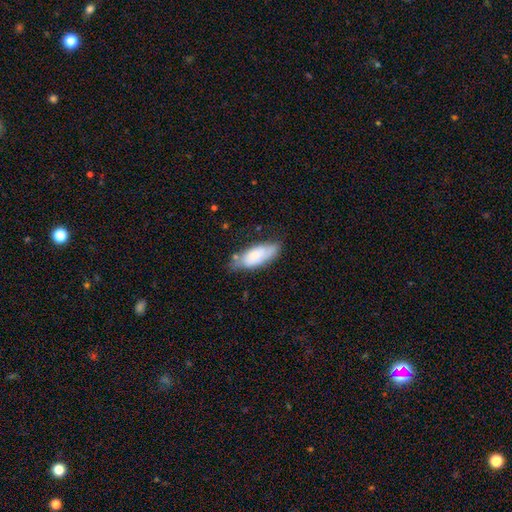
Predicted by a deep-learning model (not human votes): Smooth or featured: smooth — 66% (featured or disk — 28%)
How rounded: in between — 78% (cigar-shaped — 20%)
Merging: none — 58% (minor disturbance — 30%)